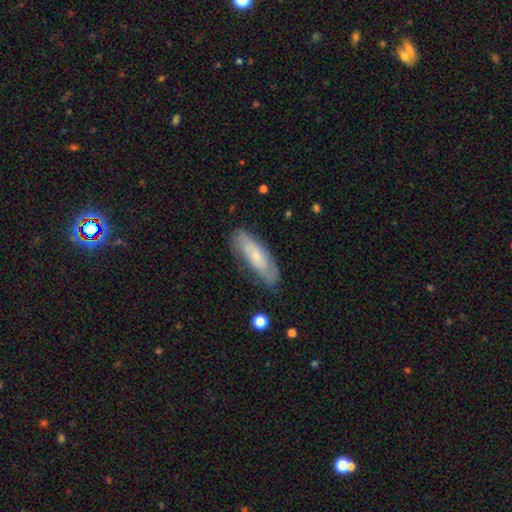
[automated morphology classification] Smooth or featured? featured or disk (48%)
Merging? none (73%)